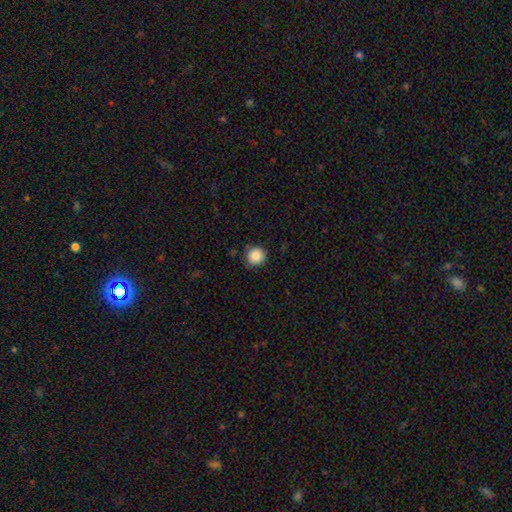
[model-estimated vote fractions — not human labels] Q: Smooth or featured?
A: smooth (87%); runner-up: star or artifact (9%)
Q: How rounded?
A: round (95%); runner-up: in between (4%)
Q: Merging?
A: none (85%); runner-up: minor disturbance (11%)